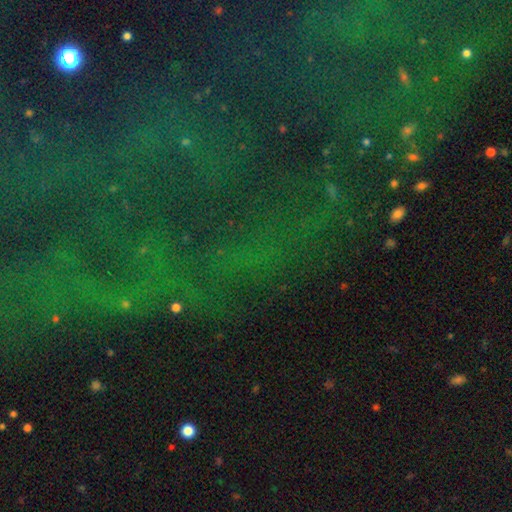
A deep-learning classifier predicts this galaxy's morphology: Smooth or featured? star or artifact (76%)